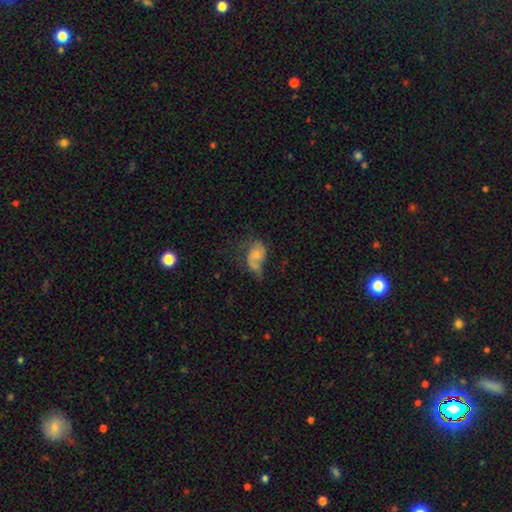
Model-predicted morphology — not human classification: Smooth or featured?
  - featured or disk: 47% *
  - smooth: 43%
  - star or artifact: 9%
Merging?
  - major disturbance: 37% *
  - minor disturbance: 27%
  - none: 25%
  - merger: 11%